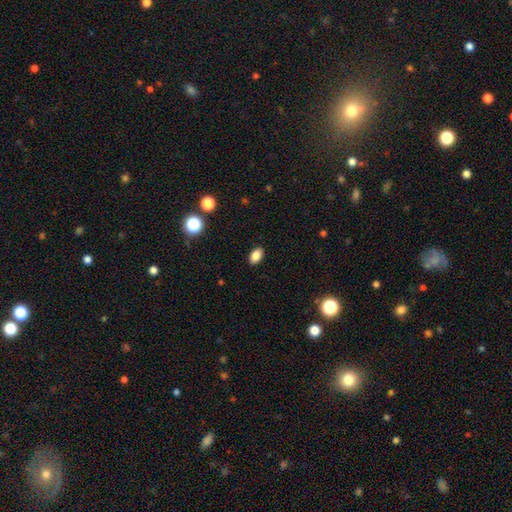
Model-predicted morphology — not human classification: Smooth or featured?
  - smooth: 84% *
  - star or artifact: 10%
  - featured or disk: 6%
How rounded?
  - in between: 89% *
  - round: 9%
  - cigar-shaped: 2%
Merging?
  - none: 89% *
  - minor disturbance: 8%
  - major disturbance: 2%
  - merger: 1%